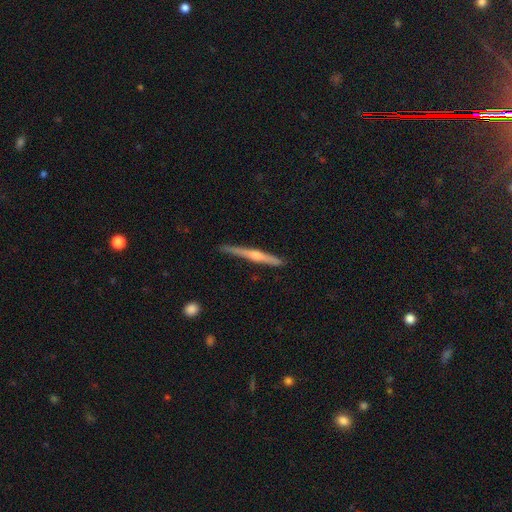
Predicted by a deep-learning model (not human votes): This appears to be a featured or disk galaxy (75%) viewed edge-on (98%) with a rounded central bulge (82%). Merging: none (89%).